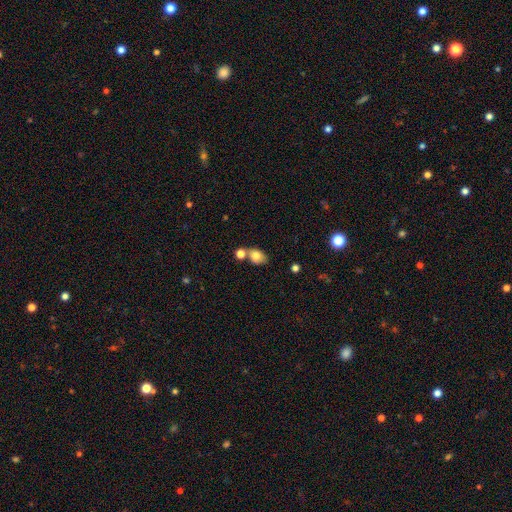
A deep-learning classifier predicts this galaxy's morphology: This is likely a smooth galaxy (78%). How rounded: likely in between (71%). Merging: possibly none (49%).